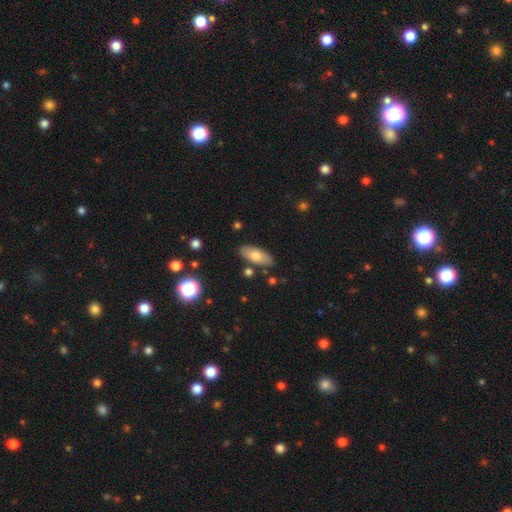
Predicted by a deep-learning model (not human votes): Smooth or featured?
  - smooth: 71% *
  - featured or disk: 21%
  - star or artifact: 7%
How rounded?
  - in between: 81% *
  - cigar-shaped: 17%
  - round: 3%
Merging?
  - none: 84% *
  - minor disturbance: 10%
  - merger: 3%
  - major disturbance: 2%